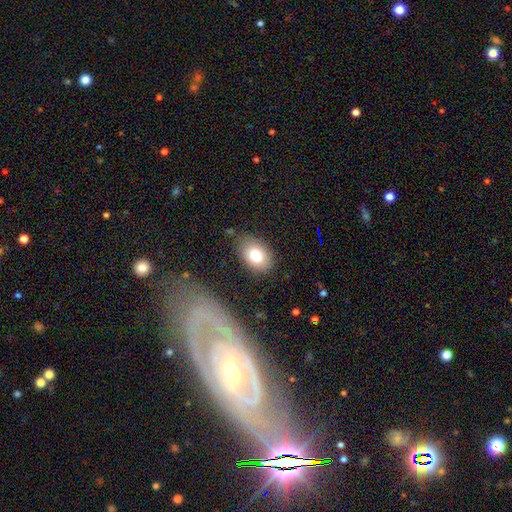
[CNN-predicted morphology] A smooth galaxy with no disk features (78%) that is in between round and cigar-shaped (82%). Merging: none (82%).